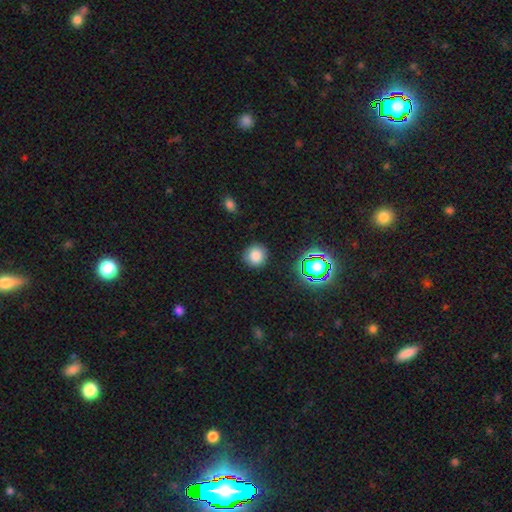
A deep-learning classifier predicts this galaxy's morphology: type=smooth (80%); roundness=round (90%); merging=none (87%).